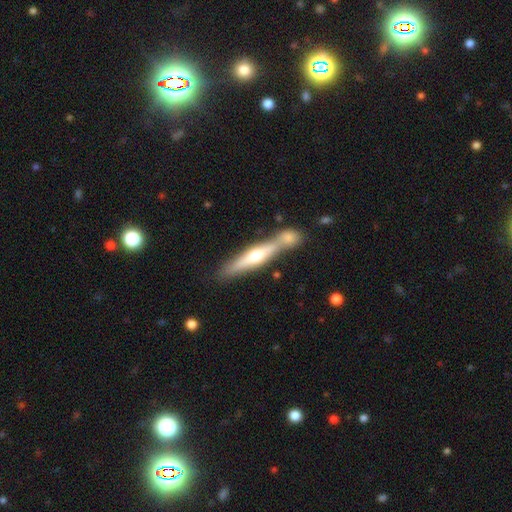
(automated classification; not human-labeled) smooth_or_featured: featured or disk (p=0.59) [alt: smooth p=0.36]
disk_edge_on: yes (p=0.94) [alt: no p=0.06]
edge_on_bulge: rounded (p=0.87) [alt: none p=0.07]
merging: none (p=0.54) [alt: merger p=0.32]